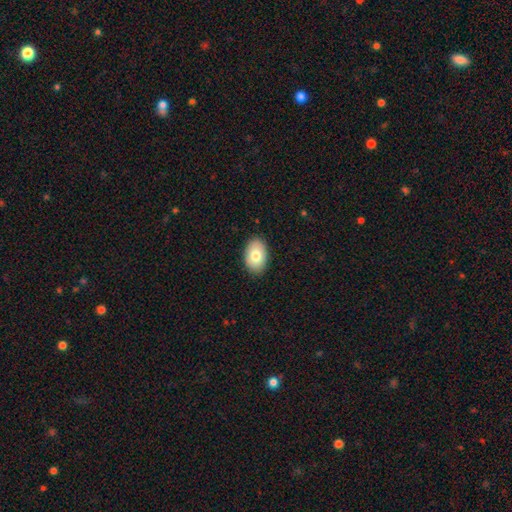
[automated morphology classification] This is likely a smooth galaxy (79%). How rounded: clearly in between (88%). Merging: clearly none (88%).